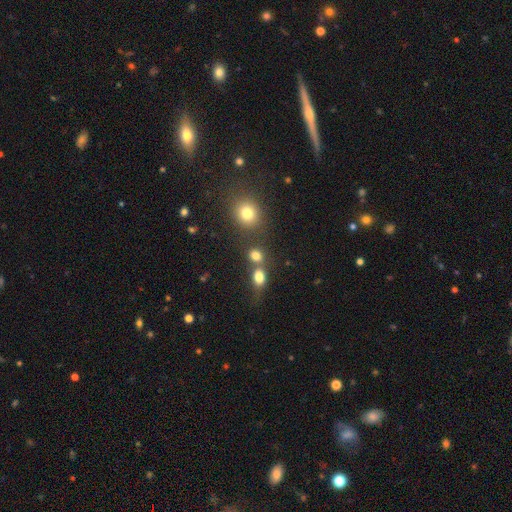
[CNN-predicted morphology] Smooth or featured: smooth — 78% (star or artifact — 14%)
How rounded: round — 55% (in between — 43%)
Merging: none — 48% (merger — 38%)